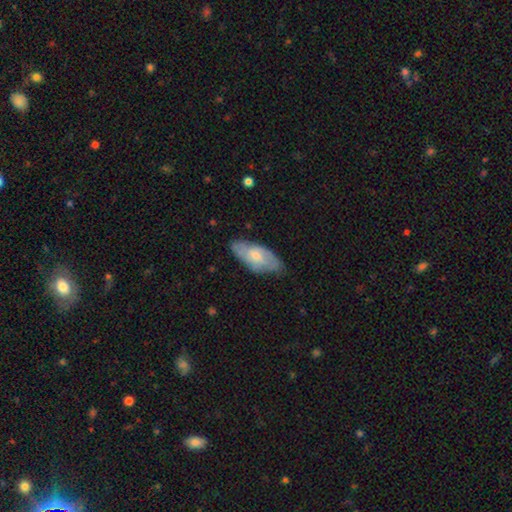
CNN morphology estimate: Smooth or featured? smooth (51%)
How rounded? in between (86%)
Merging? none (68%)